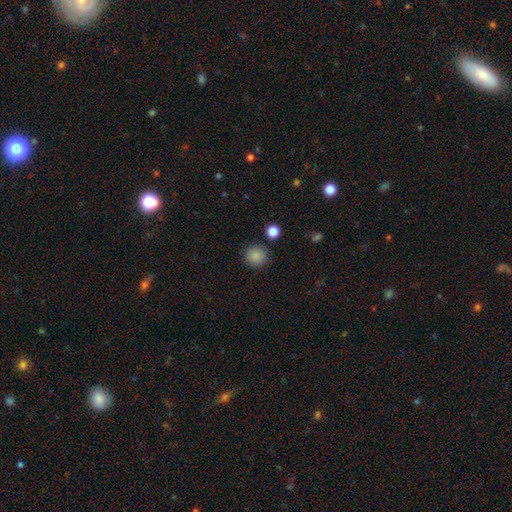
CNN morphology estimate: type=smooth (87%); roundness=round (93%); merging=none (88%).